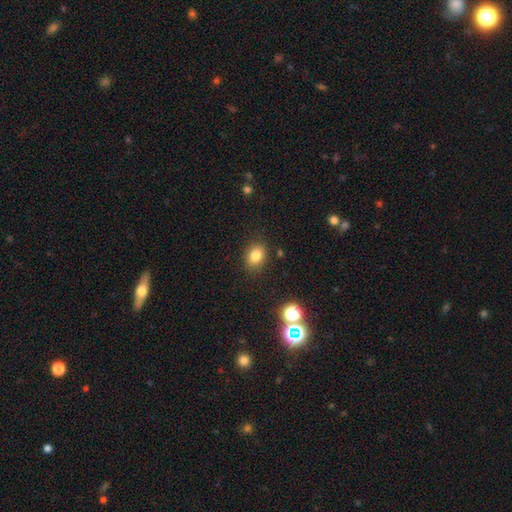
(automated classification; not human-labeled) Smooth or featured?
  - smooth: 81% *
  - star or artifact: 12%
  - featured or disk: 7%
How rounded?
  - in between: 62% *
  - round: 37%
  - cigar-shaped: 1%
Merging?
  - none: 85% *
  - minor disturbance: 10%
  - major disturbance: 3%
  - merger: 2%